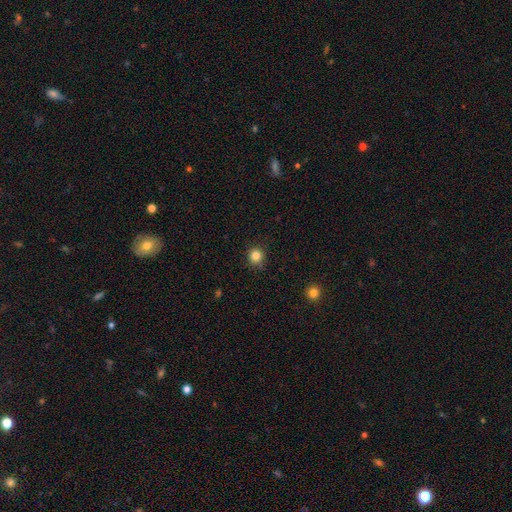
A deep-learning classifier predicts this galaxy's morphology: Q: Smooth or featured?
A: smooth (84%); runner-up: star or artifact (12%)
Q: How rounded?
A: round (90%); runner-up: in between (9%)
Q: Merging?
A: none (86%); runner-up: minor disturbance (11%)